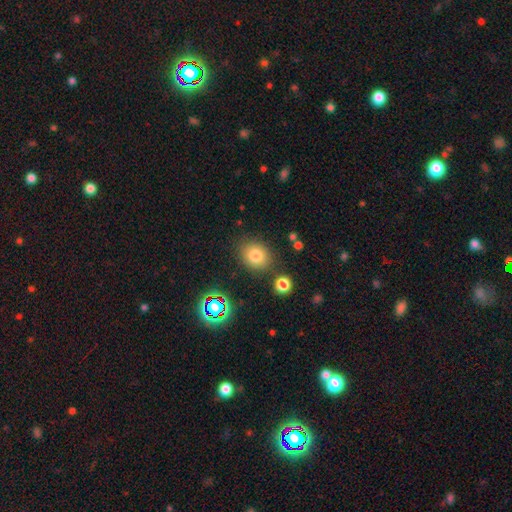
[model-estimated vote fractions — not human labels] Smooth or featured? smooth (77%)
How rounded? round (69%)
Merging? none (82%)